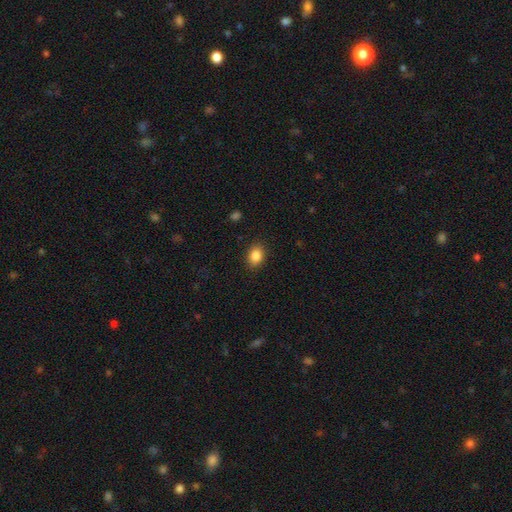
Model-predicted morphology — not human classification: type=smooth (87%); roundness=in between (70%); merging=none (88%).